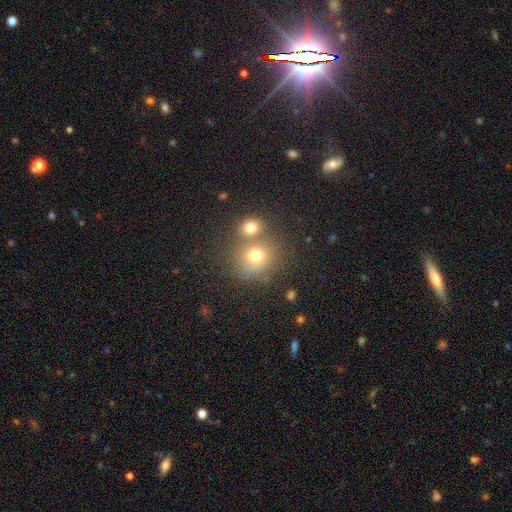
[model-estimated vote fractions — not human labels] smooth 71%, star or artifact 15%, featured or disk 14%. Down the decision tree: how rounded — round (82%); merging — none (49%).